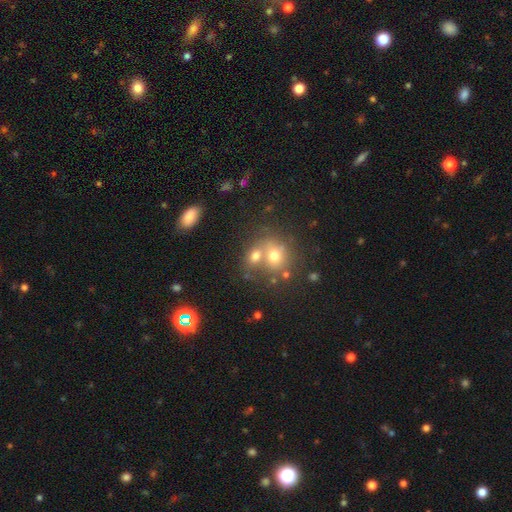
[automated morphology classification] smooth_or_featured: smooth (p=0.68) [alt: featured or disk p=0.18]
how_rounded: round (p=0.57) [alt: in between p=0.41]
merging: merger (p=0.50) [alt: none p=0.36]